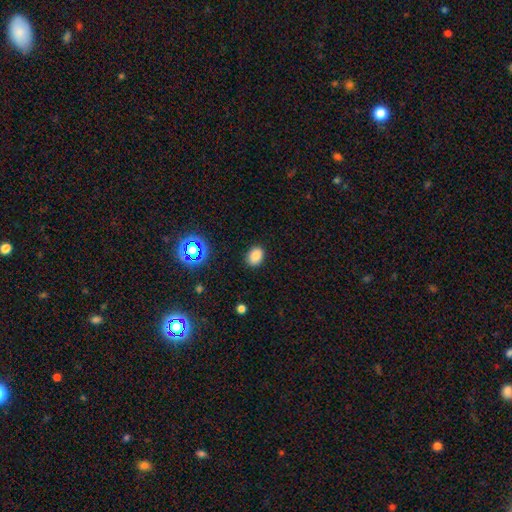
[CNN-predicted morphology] smooth_or_featured: smooth (p=0.82) [alt: star or artifact p=0.14]
how_rounded: in between (p=0.72) [alt: round p=0.27]
merging: none (p=0.87) [alt: minor disturbance p=0.09]